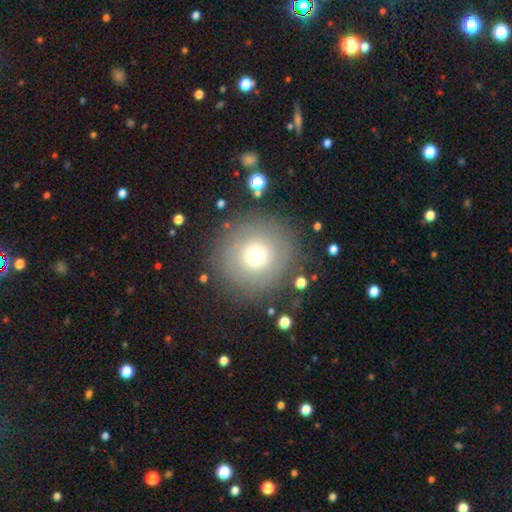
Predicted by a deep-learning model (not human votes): Smooth or featured?
  - smooth: 65% *
  - featured or disk: 21%
  - star or artifact: 14%
How rounded?
  - round: 95% *
  - in between: 4%
  - cigar-shaped: 1%
Merging?
  - none: 85% *
  - minor disturbance: 9%
  - major disturbance: 5%
  - merger: 2%